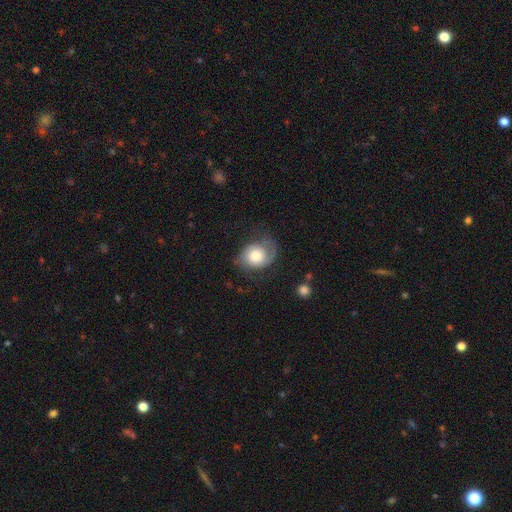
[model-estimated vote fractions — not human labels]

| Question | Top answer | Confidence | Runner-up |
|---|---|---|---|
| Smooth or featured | featured or disk | 53% | smooth (40%) |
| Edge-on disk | no | 97% | yes (3%) |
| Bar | no | 78% | weak (19%) |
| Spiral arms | yes | 87% | no (13%) |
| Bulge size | large | 46% | moderate (31%) |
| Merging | none | 53% | minor disturbance (26%) |